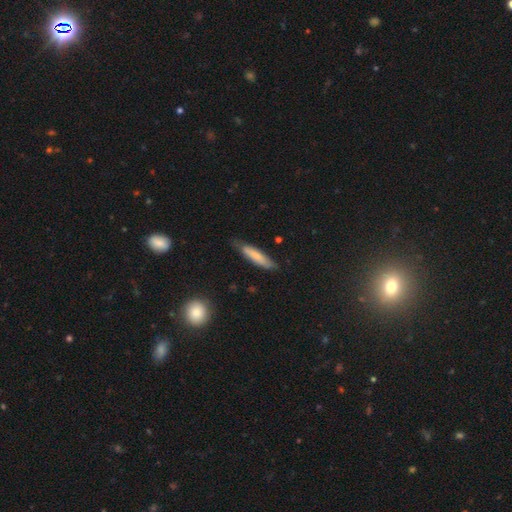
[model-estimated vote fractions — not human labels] Smooth or featured?
  - smooth: 74% *
  - featured or disk: 20%
  - star or artifact: 6%
How rounded?
  - cigar-shaped: 82% *
  - in between: 17%
  - round: 1%
Merging?
  - none: 73% *
  - minor disturbance: 22%
  - major disturbance: 4%
  - merger: 2%